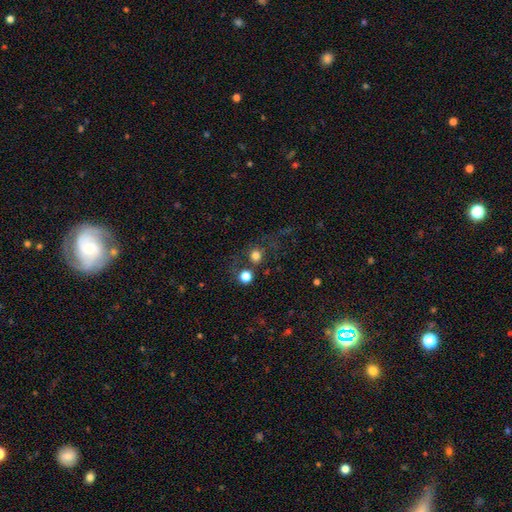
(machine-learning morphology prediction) This appears to be a smooth galaxy with no disk features (73%) that is round (89%). Merging: none (62%).